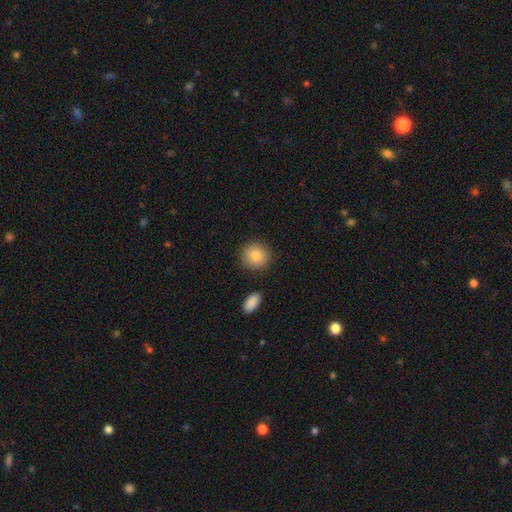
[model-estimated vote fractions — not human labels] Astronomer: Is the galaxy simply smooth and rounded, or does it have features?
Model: smooth — 87%.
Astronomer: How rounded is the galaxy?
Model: round — 89%.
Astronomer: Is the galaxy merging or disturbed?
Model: none — 88%.